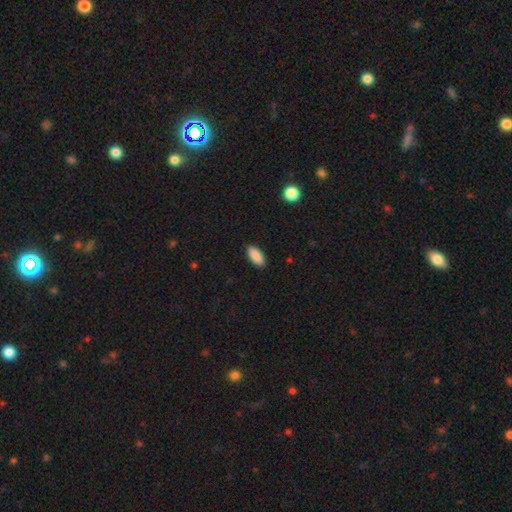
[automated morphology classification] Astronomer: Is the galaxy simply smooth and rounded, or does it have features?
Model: smooth — 90%.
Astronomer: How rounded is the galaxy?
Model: in between — 88%.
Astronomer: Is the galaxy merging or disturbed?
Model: none — 90%.